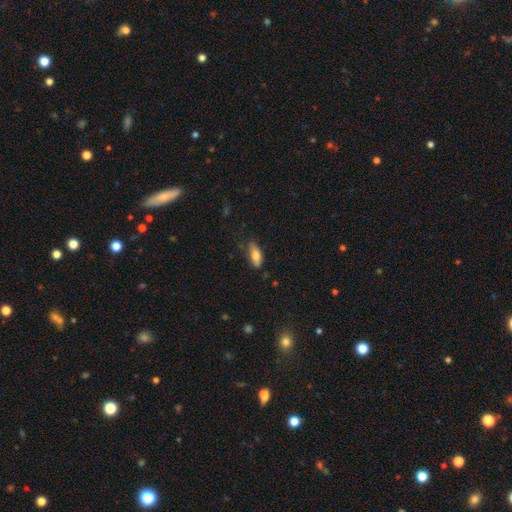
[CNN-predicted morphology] Smooth or featured? Predicted: smooth (p=0.74). How rounded? Predicted: in between (p=0.77). Merging? Predicted: none (p=0.66).